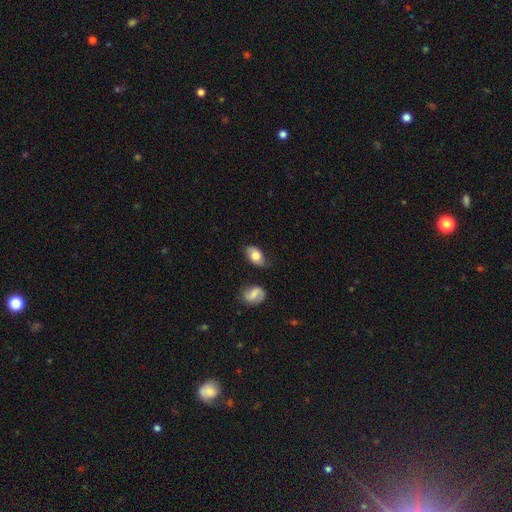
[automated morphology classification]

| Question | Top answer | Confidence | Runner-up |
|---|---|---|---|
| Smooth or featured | smooth | 67% | featured or disk (26%) |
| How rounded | in between | 88% | round (10%) |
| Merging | none | 67% | minor disturbance (23%) |